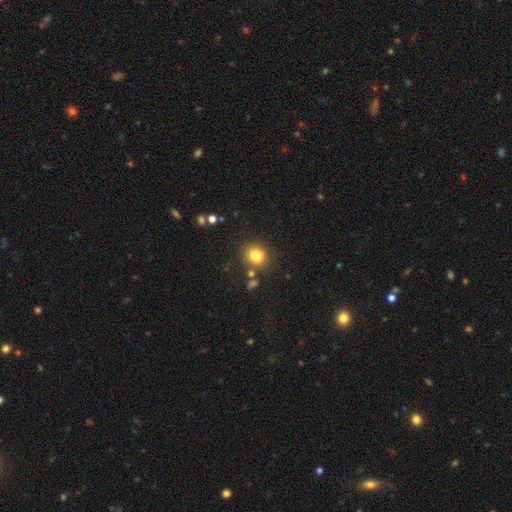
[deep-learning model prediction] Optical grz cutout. It shows a smooth galaxy with no disk features (80%) that is round (75%). Merging: none (78%).